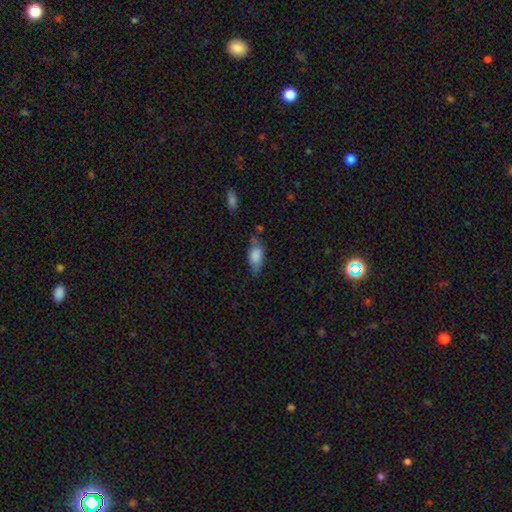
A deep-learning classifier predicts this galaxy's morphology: type=smooth (75%); roundness=in between (86%); merging=none (56%).